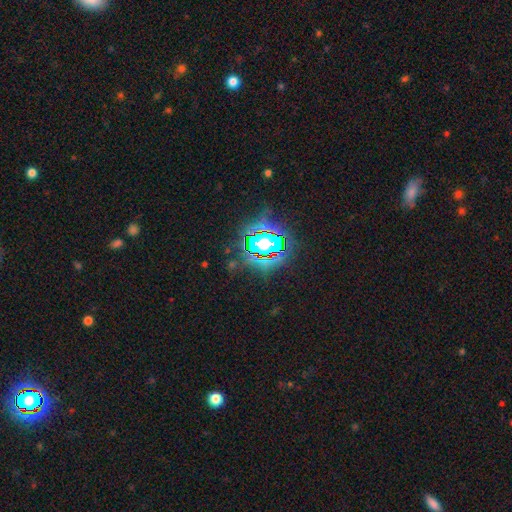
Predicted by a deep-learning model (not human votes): This is likely a star or artifact rather than a galaxy (80%).